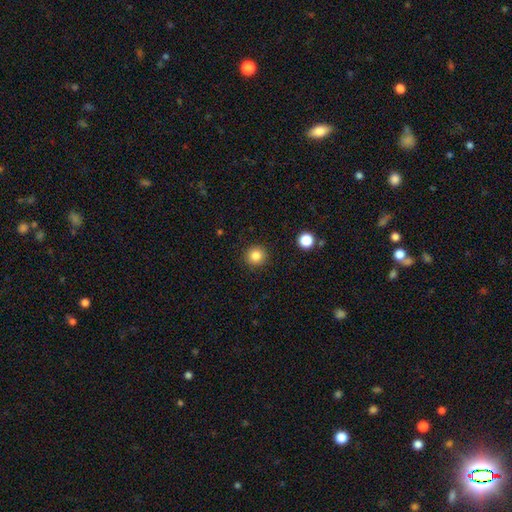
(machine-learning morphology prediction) This is clearly a smooth galaxy (84%). How rounded: clearly round (94%). Merging: clearly none (91%).